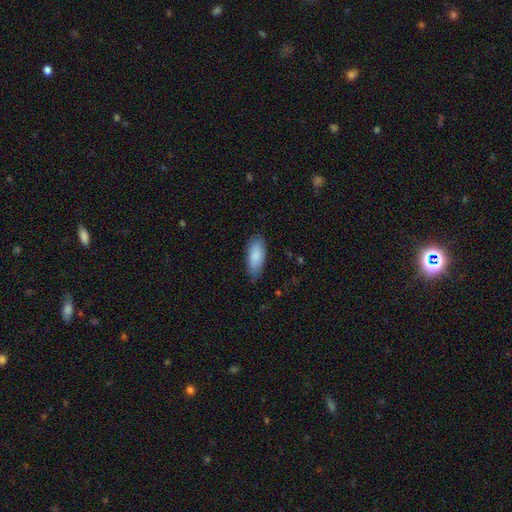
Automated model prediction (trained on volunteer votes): smooth 86%, featured or disk 9%, star or artifact 6%. Down the decision tree: how rounded — in between (83%); merging — none (77%).